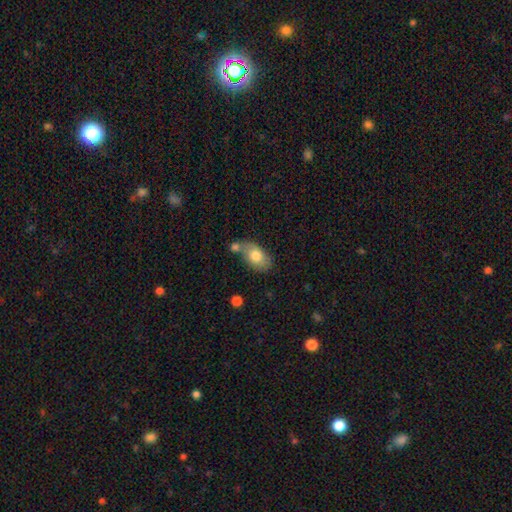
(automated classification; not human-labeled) smooth_or_featured: smooth (p=0.75) [alt: featured or disk p=0.18]
how_rounded: in between (p=0.89) [alt: round p=0.09]
merging: none (p=0.51) [alt: merger p=0.25]